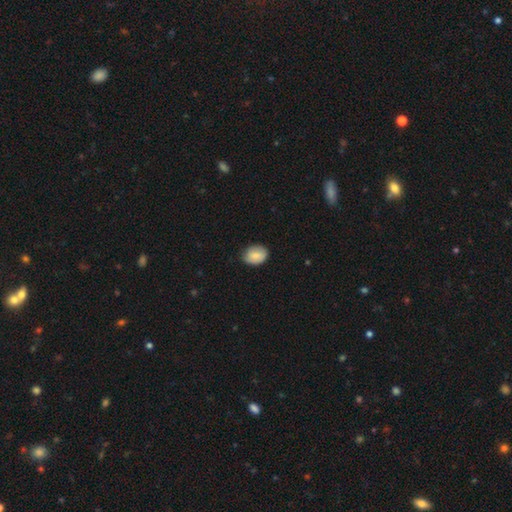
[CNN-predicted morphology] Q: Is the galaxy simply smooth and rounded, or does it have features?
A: smooth — 77%.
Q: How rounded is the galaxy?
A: in between — 61%.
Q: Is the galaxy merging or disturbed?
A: none — 77%.